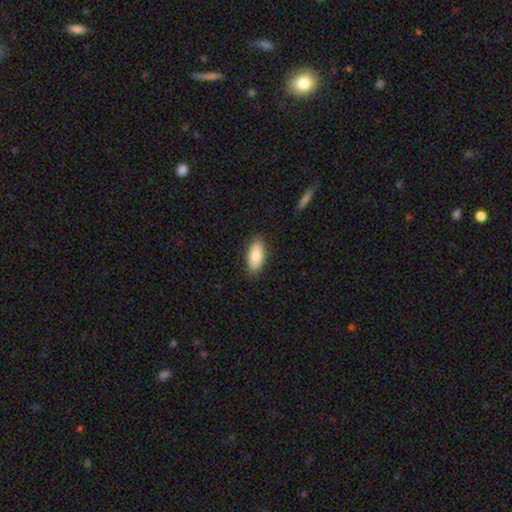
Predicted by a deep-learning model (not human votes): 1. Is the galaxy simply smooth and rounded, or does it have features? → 81% smooth, 13% featured or disk, 6% star or artifact.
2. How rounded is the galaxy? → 91% in between, 6% cigar-shaped, 3% round.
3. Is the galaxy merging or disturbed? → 85% none, 12% minor disturbance, 2% major disturbance, 1% merger.